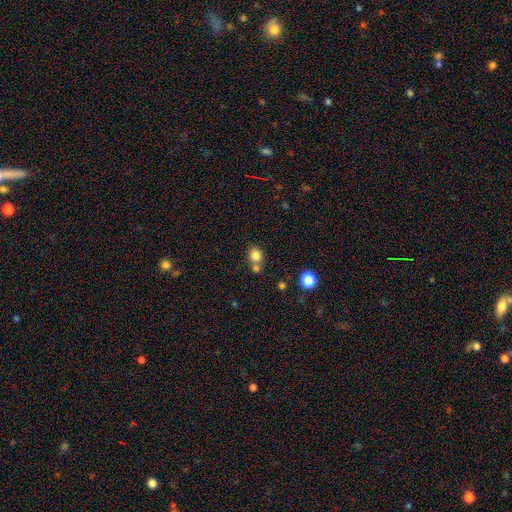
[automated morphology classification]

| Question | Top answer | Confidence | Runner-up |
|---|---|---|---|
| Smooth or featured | smooth | 82% | star or artifact (11%) |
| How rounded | round | 73% | in between (26%) |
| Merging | none | 54% | merger (33%) |